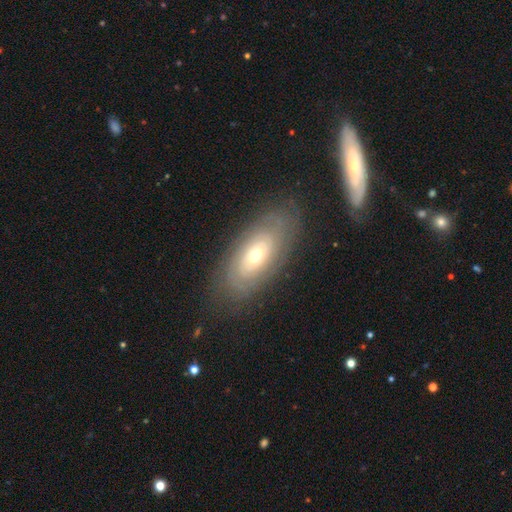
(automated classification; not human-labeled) Smooth or featured?
  - featured or disk: 66% *
  - smooth: 26%
  - star or artifact: 7%
Edge-on disk?
  - no: 90% *
  - yes: 10%
Bar?
  - no: 83% *
  - weak: 13%
  - strong: 4%
Spiral arms?
  - yes: 64% *
  - no: 36%
Bulge size?
  - moderate: 54% *
  - small: 40%
  - large: 4%
  - dominant: 1%
  - none: 1%
Merging?
  - none: 78% *
  - minor disturbance: 14%
  - major disturbance: 6%
  - merger: 1%